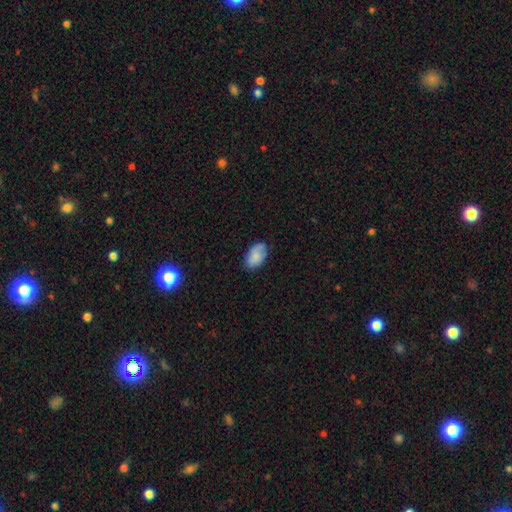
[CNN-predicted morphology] smooth_or_featured: smooth (p=0.80) [alt: featured or disk p=0.13]
how_rounded: in between (p=0.92) [alt: round p=0.06]
merging: none (p=0.76) [alt: minor disturbance p=0.19]